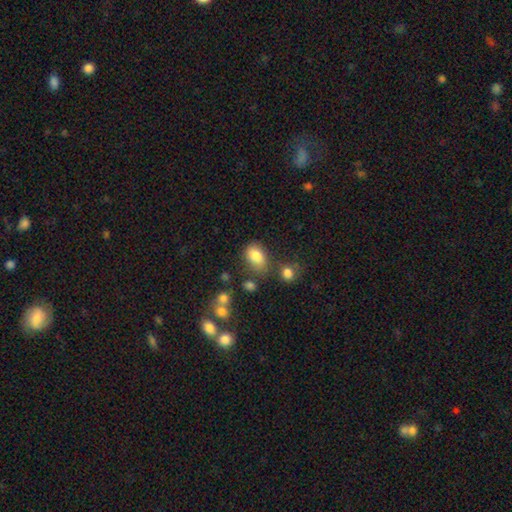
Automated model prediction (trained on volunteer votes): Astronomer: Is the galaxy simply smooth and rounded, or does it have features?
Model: smooth — 83%.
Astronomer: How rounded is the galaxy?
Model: in between — 78%.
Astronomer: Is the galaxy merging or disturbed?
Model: none — 62%.